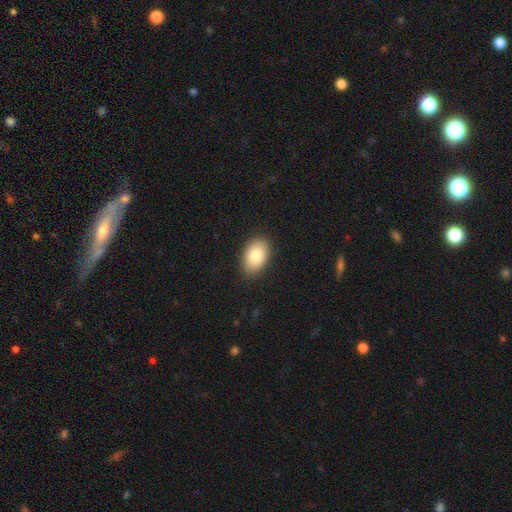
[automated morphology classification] Smooth or featured? Predicted: smooth (p=0.84). How rounded? Predicted: in between (p=0.90). Merging? Predicted: none (p=0.88).